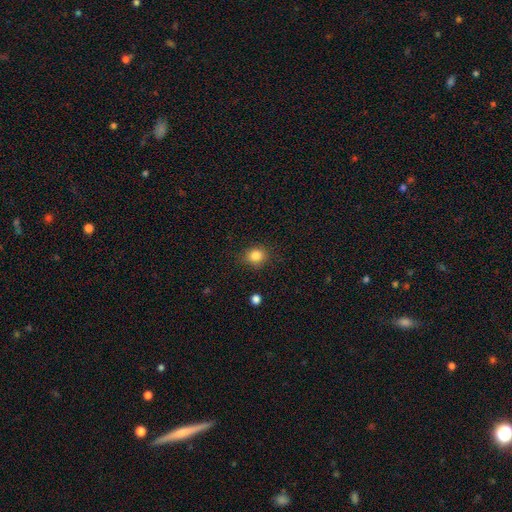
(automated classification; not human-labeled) A smooth galaxy with no disk features (84%) that is round (77%).

Vote fractions:
- Smooth or featured? smooth: 84% / star or artifact: 11% / featured or disk: 5%
- How rounded? round: 77% / in between: 22% / cigar-shaped: 1%
- Merging? none: 85% / minor disturbance: 10% / major disturbance: 3% / merger: 1%